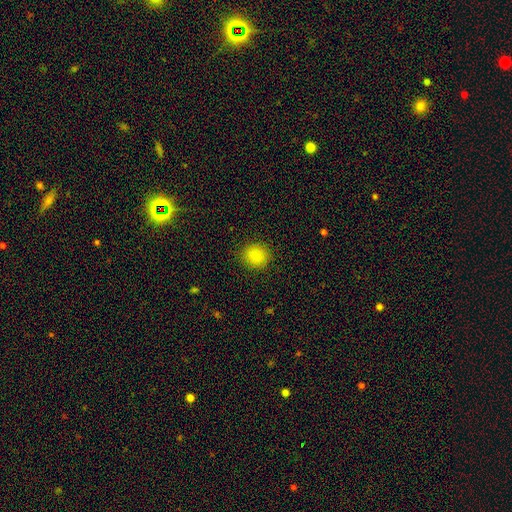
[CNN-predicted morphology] smooth_or_featured: smooth (p=0.87) [alt: star or artifact p=0.10]
how_rounded: round (p=0.85) [alt: in between p=0.14]
merging: none (p=0.89) [alt: minor disturbance p=0.08]